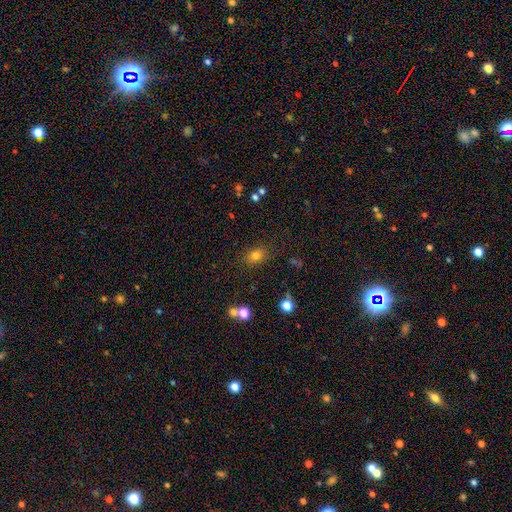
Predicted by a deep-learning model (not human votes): A smooth galaxy with no disk features (79%) that is in between round and cigar-shaped (67%). Merging: none (83%).